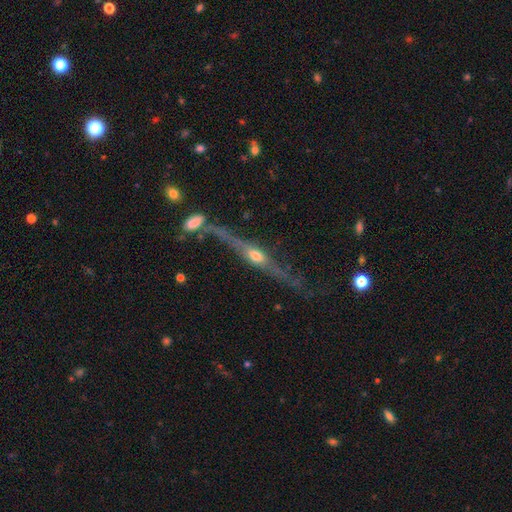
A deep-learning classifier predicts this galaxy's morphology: Overall: featured or disk (77%). Edge-on disk: yes (85%). Edge-on bulge: rounded (83%). Merging: none (58%; minor disturbance 19%).